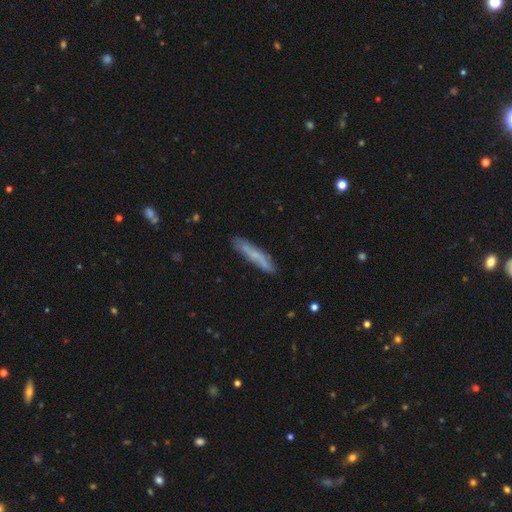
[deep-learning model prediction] This is possibly a smooth galaxy (57%). How rounded: clearly cigar-shaped (90%). Merging: likely none (80%).